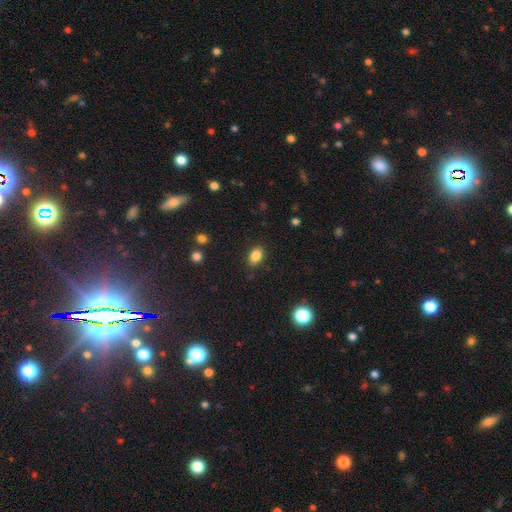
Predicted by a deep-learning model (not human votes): smooth_or_featured: smooth (p=0.85) [alt: star or artifact p=0.10]
how_rounded: in between (p=0.82) [alt: round p=0.17]
merging: none (p=0.86) [alt: minor disturbance p=0.10]